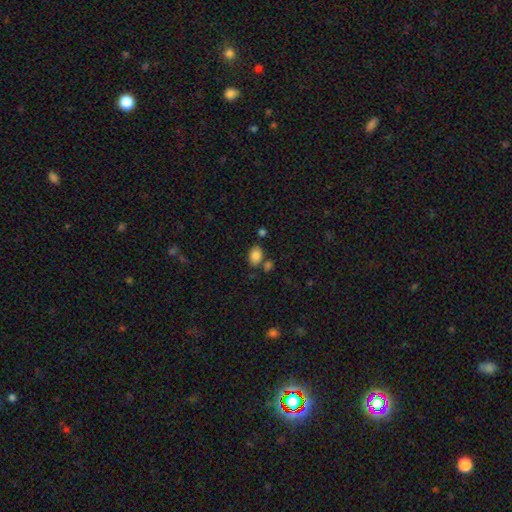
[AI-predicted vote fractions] Morphology: type=smooth (85%); roundness=in between (81%); merging=none (70%).